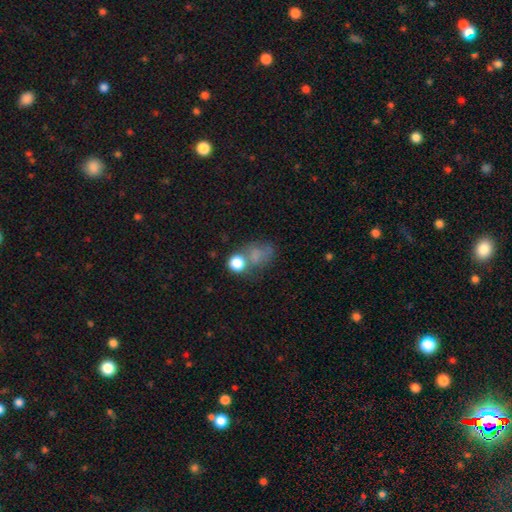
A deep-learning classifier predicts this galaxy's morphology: type=smooth (64%); roundness=round (54%); merging=none (38%).